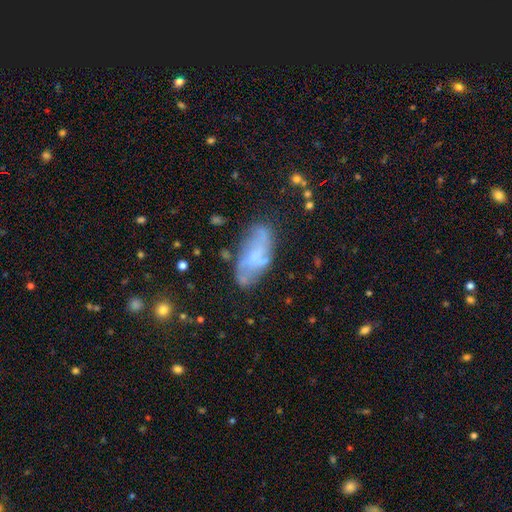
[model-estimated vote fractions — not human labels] Overall: featured or disk (52%; smooth 39%). Edge-on disk: no (91%). Merging: none (58%; minor disturbance 24%).